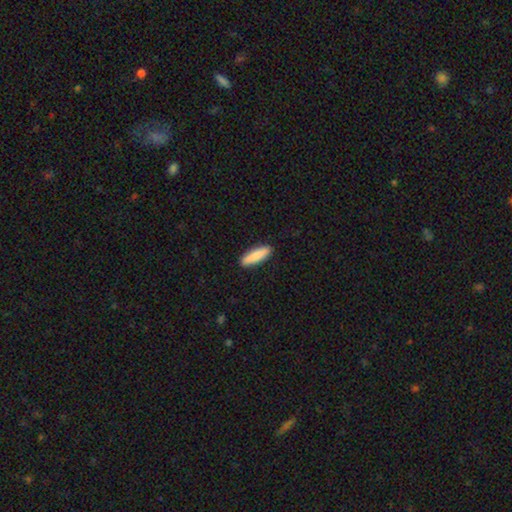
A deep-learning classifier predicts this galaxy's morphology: This appears to be a smooth galaxy with no disk features (86%) that is cigar-shaped (69%). Merging: none (91%).